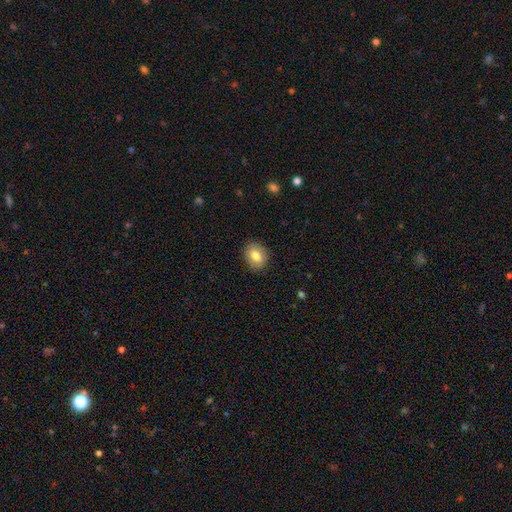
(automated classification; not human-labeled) Q: Smooth or featured?
A: smooth (80%); runner-up: featured or disk (11%)
Q: How rounded?
A: in between (51%); runner-up: round (48%)
Q: Merging?
A: none (87%); runner-up: minor disturbance (10%)